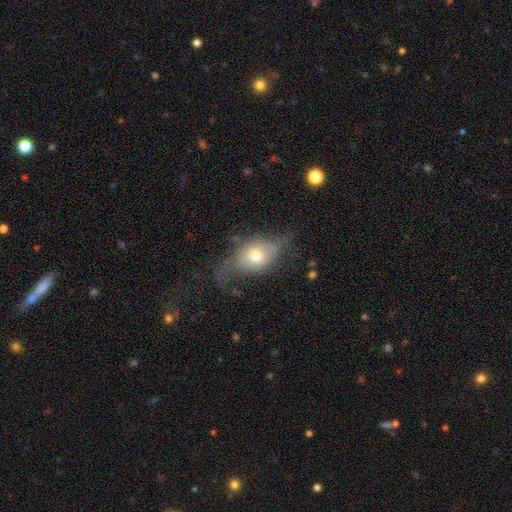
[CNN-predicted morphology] A smooth galaxy with no disk features (54%) that is in between round and cigar-shaped (76%). Merging: none (37%).